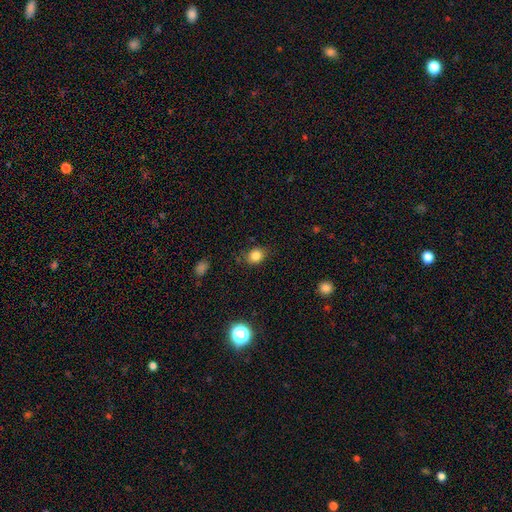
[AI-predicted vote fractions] smooth-or-featured: smooth: 83% | star or artifact: 11% | featured or disk: 6%
  how-rounded: round: 51% | in between: 48% | cigar-shaped: 1%
  merging: none: 79% | minor disturbance: 16% | major disturbance: 4% | merger: 2%